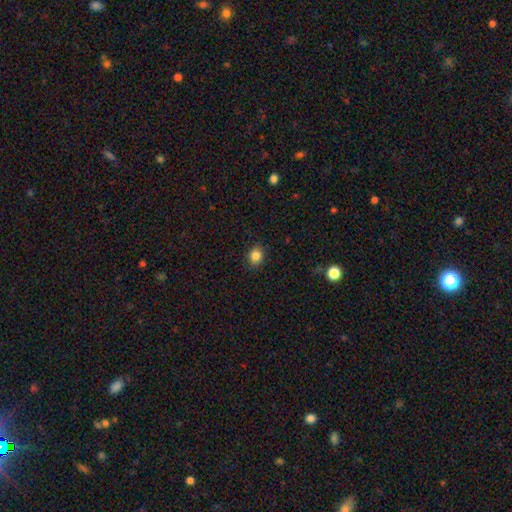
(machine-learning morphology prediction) Smooth or featured: smooth — 84% (star or artifact — 11%)
How rounded: round — 72% (in between — 27%)
Merging: none — 89% (minor disturbance — 8%)